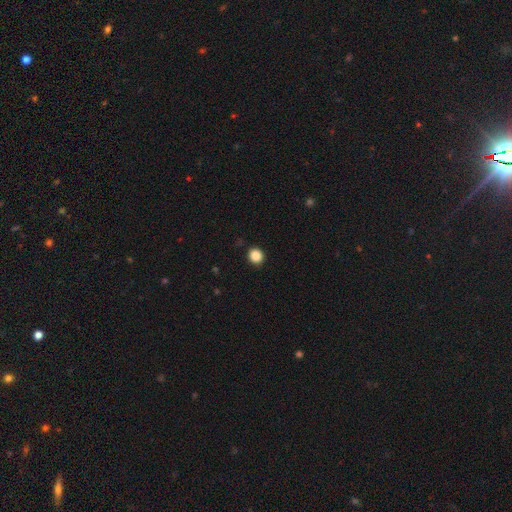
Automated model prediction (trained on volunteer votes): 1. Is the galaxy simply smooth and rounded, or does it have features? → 87% smooth, 10% star or artifact, 3% featured or disk.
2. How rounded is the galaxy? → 89% round, 11% in between, 1% cigar-shaped.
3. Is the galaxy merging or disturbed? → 92% none, 5% minor disturbance, 2% major disturbance, 1% merger.